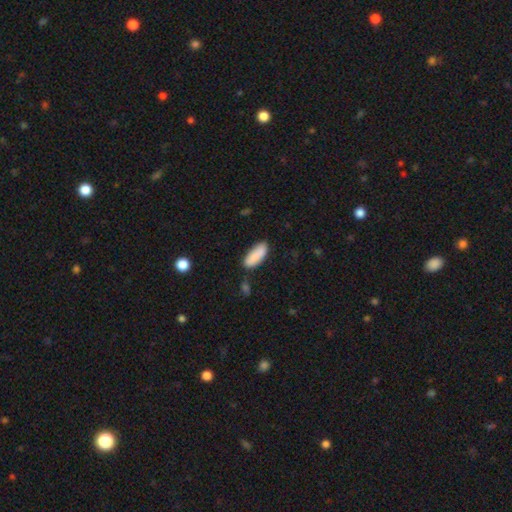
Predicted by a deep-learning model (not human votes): Smooth or featured? Predicted: smooth (p=0.88). How rounded? Predicted: in between (p=0.76). Merging? Predicted: none (p=0.78).